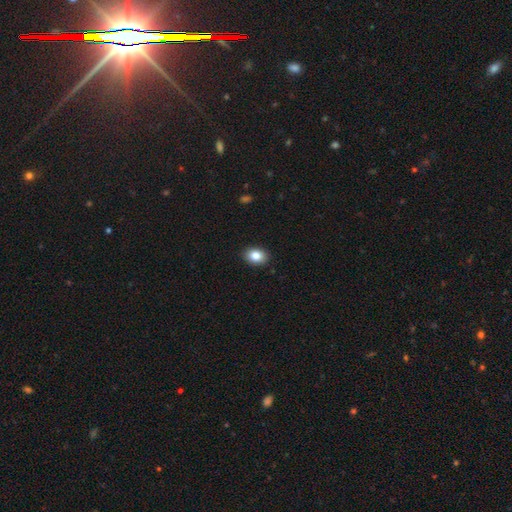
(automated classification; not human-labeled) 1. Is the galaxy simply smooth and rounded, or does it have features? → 85% smooth, 8% star or artifact, 7% featured or disk.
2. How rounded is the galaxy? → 74% in between, 25% round, 1% cigar-shaped.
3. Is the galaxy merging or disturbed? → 89% none, 8% minor disturbance, 2% major disturbance, 1% merger.